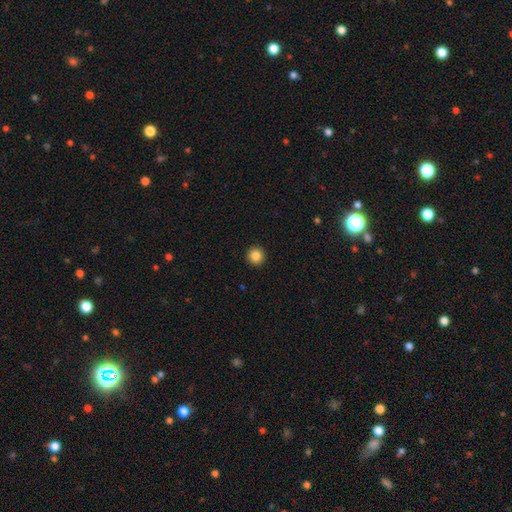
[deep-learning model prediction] A smooth galaxy with no disk features (85%) that is round (95%).

Vote fractions:
- Smooth or featured? smooth: 85% / star or artifact: 10% / featured or disk: 5%
- How rounded? round: 95% / in between: 4% / cigar-shaped: 1%
- Merging? none: 94% / minor disturbance: 4% / major disturbance: 1% / merger: 1%